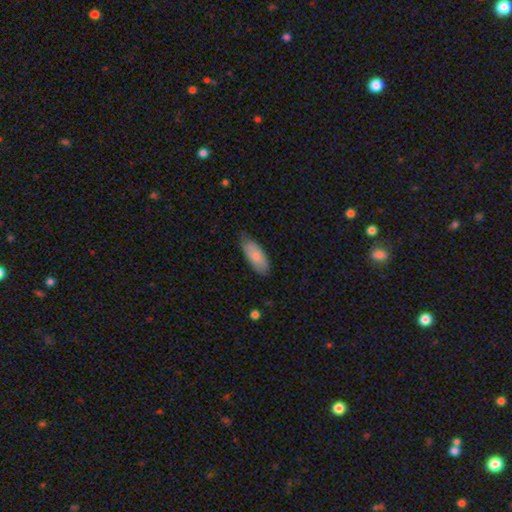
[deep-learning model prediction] Morphology: type=smooth (79%); roundness=in between (84%); merging=none (69%).